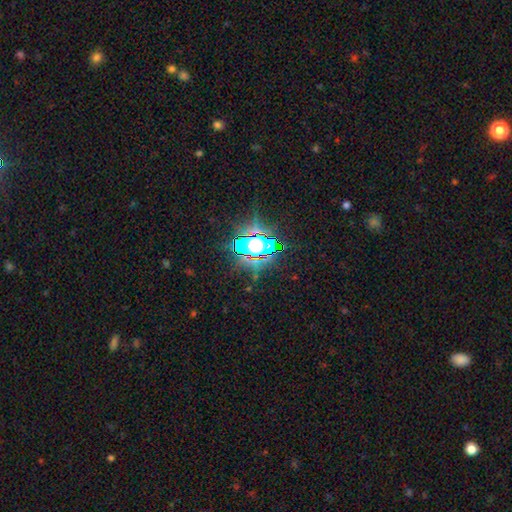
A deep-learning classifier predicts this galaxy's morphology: Smooth or featured? star or artifact (81%)